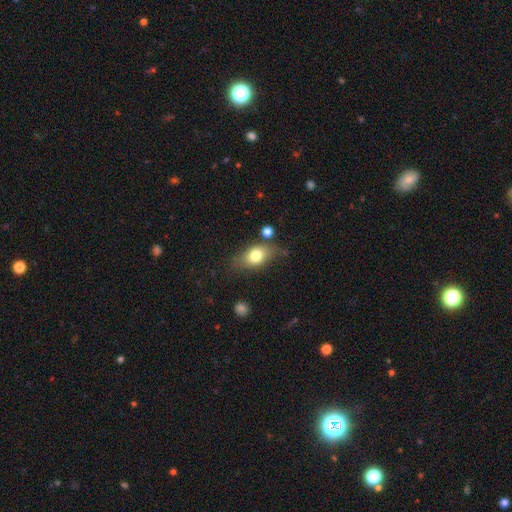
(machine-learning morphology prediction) A smooth galaxy with no disk features (75%) that is in between round and cigar-shaped (79%).

Vote fractions:
- Smooth or featured? smooth: 75% / featured or disk: 17% / star or artifact: 8%
- How rounded? in between: 79% / round: 16% / cigar-shaped: 6%
- Merging? none: 68% / minor disturbance: 20% / major disturbance: 7% / merger: 5%